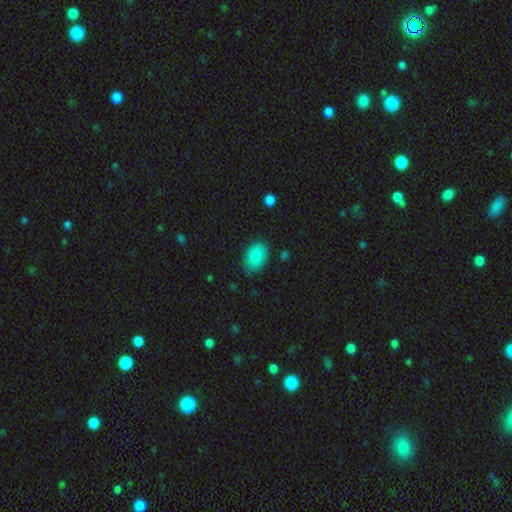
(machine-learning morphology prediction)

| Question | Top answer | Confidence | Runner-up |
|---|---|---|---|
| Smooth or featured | smooth | 84% | featured or disk (9%) |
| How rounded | in between | 84% | round (15%) |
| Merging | none | 82% | minor disturbance (14%) |